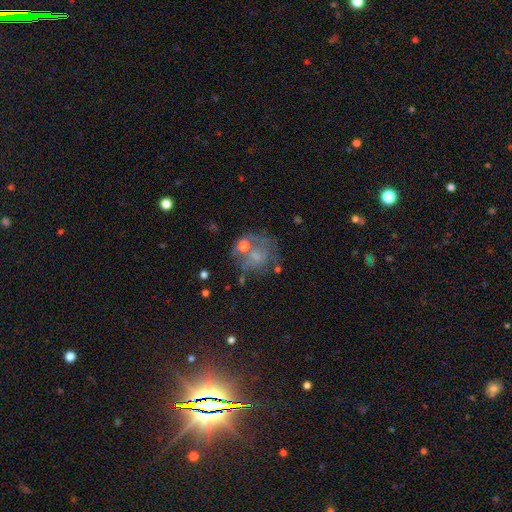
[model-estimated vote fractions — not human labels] A smooth galaxy with no disk features (45%). Merging: none (45%).